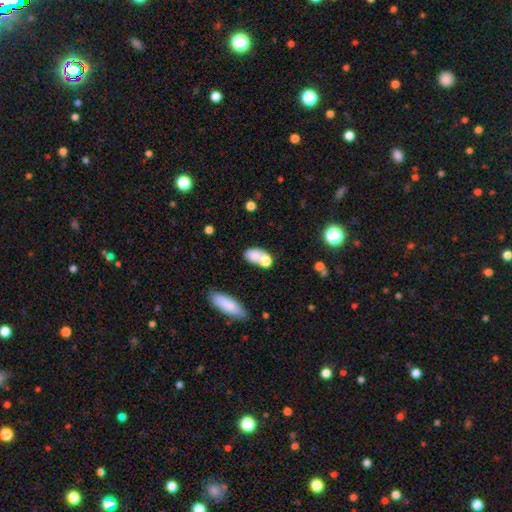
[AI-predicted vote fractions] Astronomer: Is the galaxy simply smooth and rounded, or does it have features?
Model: smooth — 76%.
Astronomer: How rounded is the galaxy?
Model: in between — 76%.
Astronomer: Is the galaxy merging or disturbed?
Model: merger — 40% (runner-up: none, 38%).